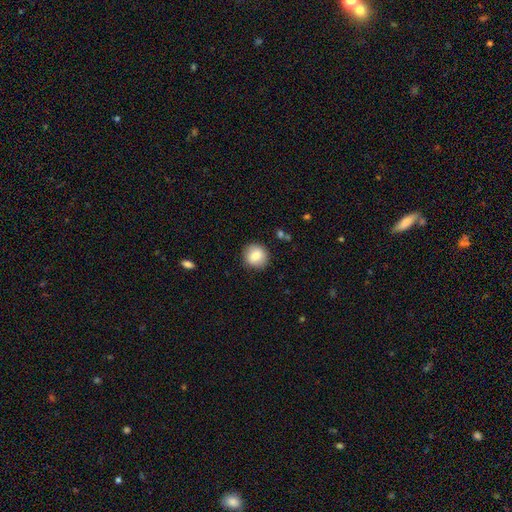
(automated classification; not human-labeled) A smooth galaxy with no disk features (82%) that is round (90%).

Vote fractions:
- Smooth or featured? smooth: 82% / featured or disk: 10% / star or artifact: 8%
- How rounded? round: 90% / in between: 9% / cigar-shaped: 1%
- Merging? none: 88% / minor disturbance: 8% / major disturbance: 2% / merger: 1%